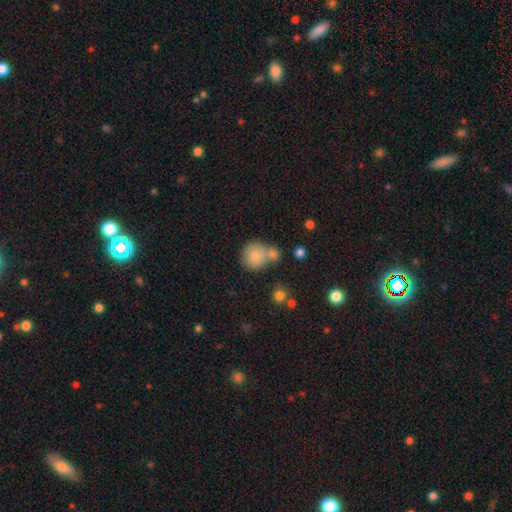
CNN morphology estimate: Overall: smooth (83%). How rounded: round (87%). Merging: none (50%; merger 33%).